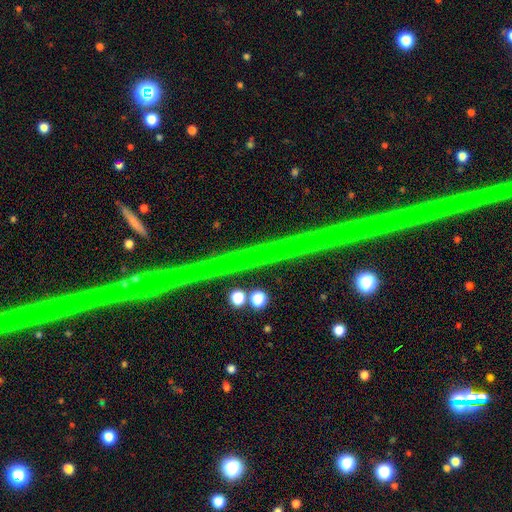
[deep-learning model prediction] Smooth or featured?
  - star or artifact: 85% *
  - featured or disk: 11%
  - smooth: 4%